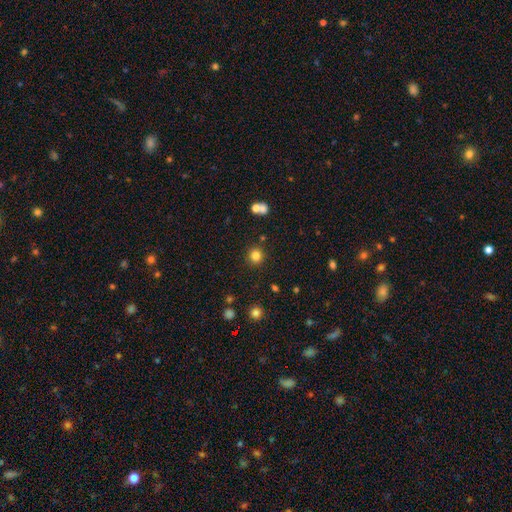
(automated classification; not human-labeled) smooth 81%, star or artifact 13%, featured or disk 6%. Down the decision tree: how rounded — round (93%); merging — none (88%).